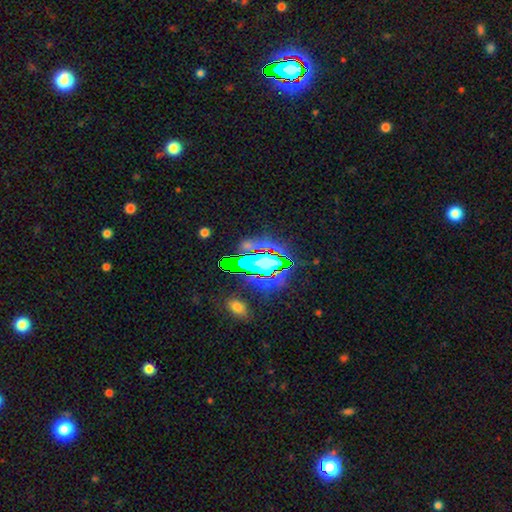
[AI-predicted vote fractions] This appears to be a star or artifact, not a galaxy (76%).